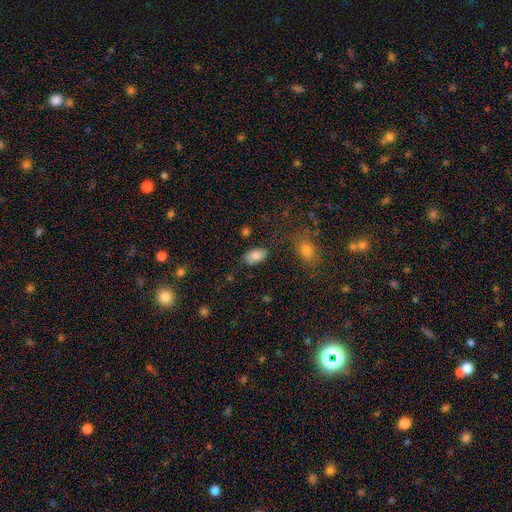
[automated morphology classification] The model was most divided on "merging": none: 74%, minor disturbance: 17%, merger: 5%, major disturbance: 5%. More confident: how rounded — in between (92%); smooth or featured — smooth (80%).